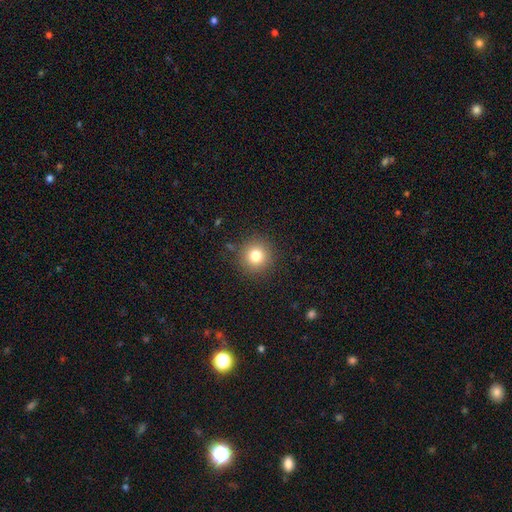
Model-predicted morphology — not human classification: Q: Smooth or featured?
A: smooth (80%); runner-up: star or artifact (12%)
Q: How rounded?
A: round (94%); runner-up: in between (5%)
Q: Merging?
A: none (89%); runner-up: minor disturbance (7%)